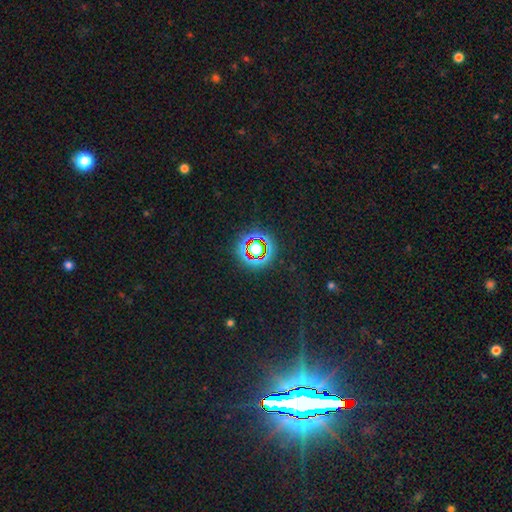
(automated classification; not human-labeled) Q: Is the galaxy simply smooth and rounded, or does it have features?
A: star or artifact — 78%.